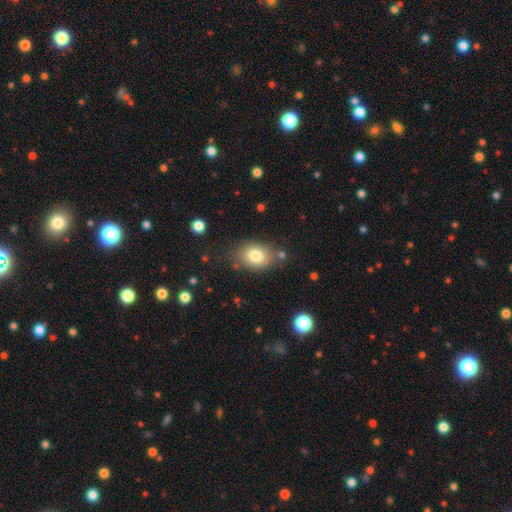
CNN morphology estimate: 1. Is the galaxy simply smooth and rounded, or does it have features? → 79% smooth, 11% featured or disk, 10% star or artifact.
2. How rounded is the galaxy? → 69% in between, 30% round, 1% cigar-shaped.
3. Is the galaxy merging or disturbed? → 75% none, 15% minor disturbance, 5% merger, 5% major disturbance.